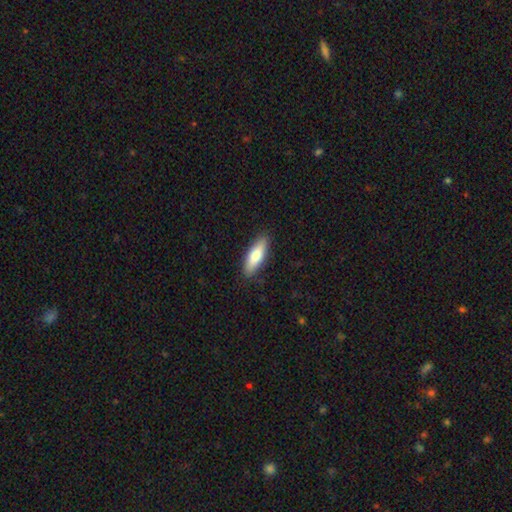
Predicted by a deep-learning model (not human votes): Smooth or featured: smooth — 75% (featured or disk — 20%)
How rounded: in between — 53% (cigar-shaped — 45%)
Merging: none — 88% (minor disturbance — 9%)